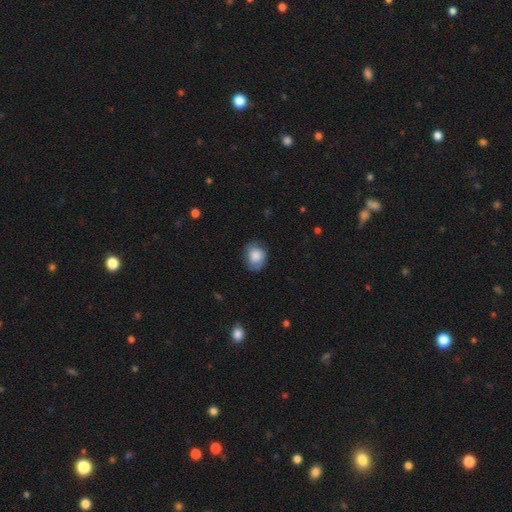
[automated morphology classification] Smooth or featured? Predicted: smooth (p=0.80). How rounded? Predicted: round (p=0.55). Merging? Predicted: none (p=0.70).